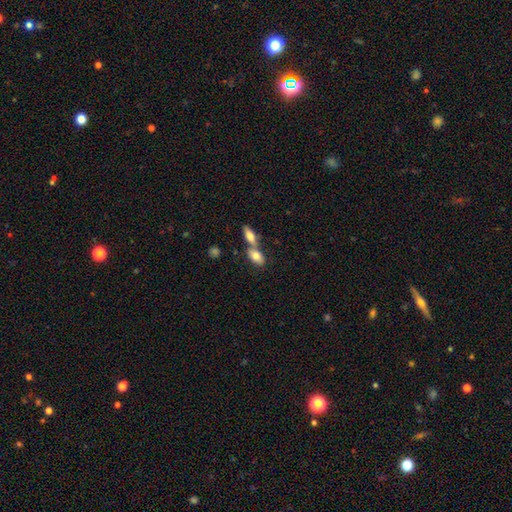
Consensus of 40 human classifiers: Overall: smooth (80%). How rounded: in between (72%). Merging: merger (65%; none 27%).